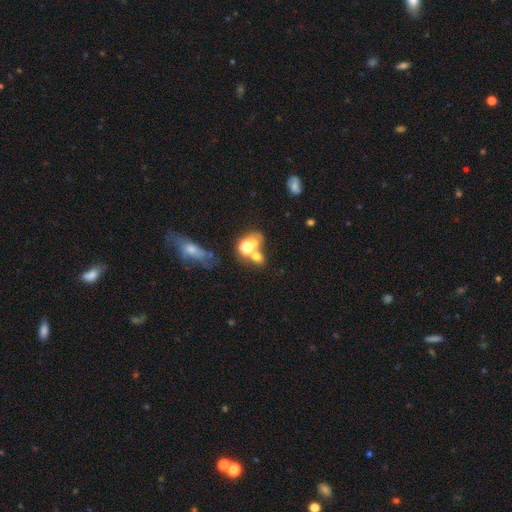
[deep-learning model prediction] A smooth galaxy with no disk features (59%) that is round (51%).

Vote fractions:
- Smooth or featured? smooth: 59% / star or artifact: 26% / featured or disk: 15%
- How rounded? round: 51% / in between: 47% / cigar-shaped: 2%
- Merging? merger: 44% / none: 38% / minor disturbance: 10% / major disturbance: 9%